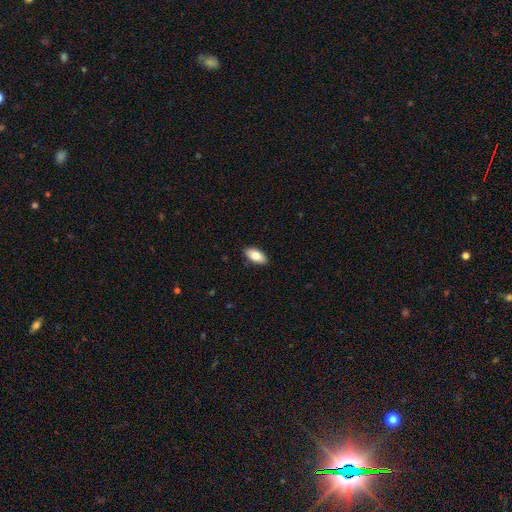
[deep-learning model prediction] Smooth or featured? smooth (83%)
How rounded? in between (93%)
Merging? none (89%)